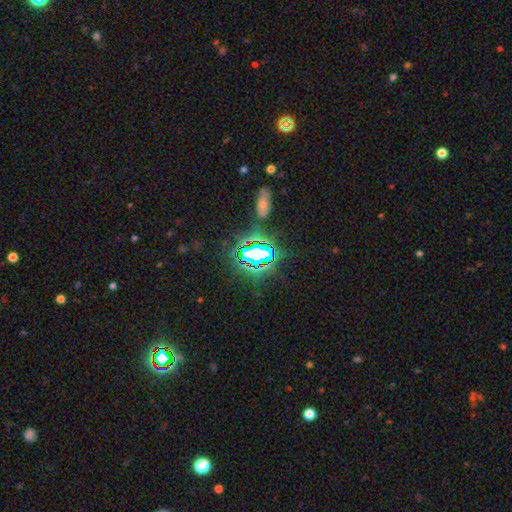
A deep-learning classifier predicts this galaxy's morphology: star or artifact 77%, smooth 14%, featured or disk 9%.